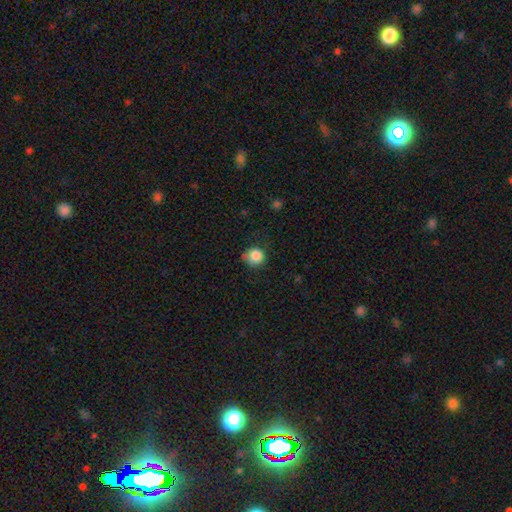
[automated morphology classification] type=smooth (85%); roundness=round (88%); merging=none (67%).